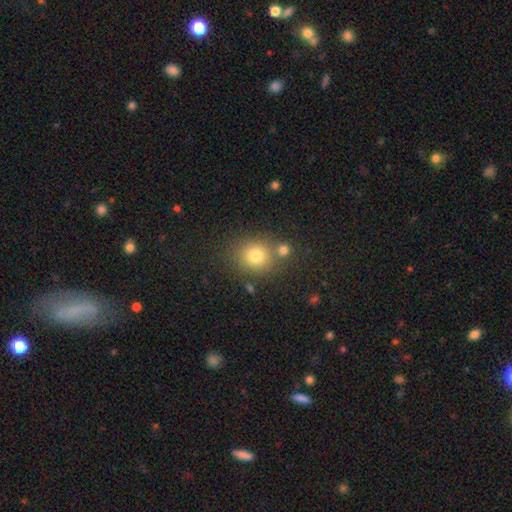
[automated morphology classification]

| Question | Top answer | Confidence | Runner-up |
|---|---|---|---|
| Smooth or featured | smooth | 78% | star or artifact (13%) |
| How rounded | round | 79% | in between (20%) |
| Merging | none | 70% | merger (16%) |